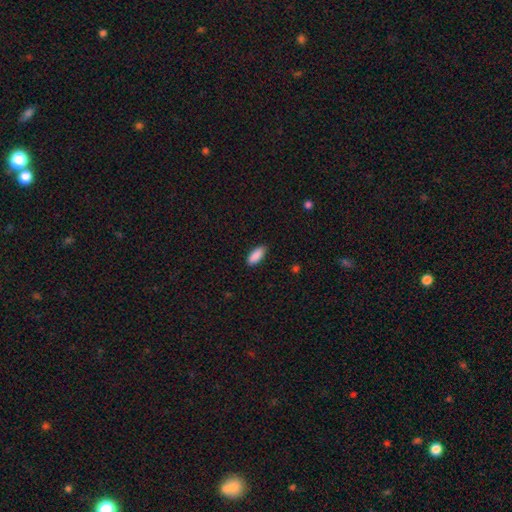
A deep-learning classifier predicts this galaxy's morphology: This is clearly a smooth galaxy (90%). How rounded: clearly in between (80%). Merging: clearly none (87%).